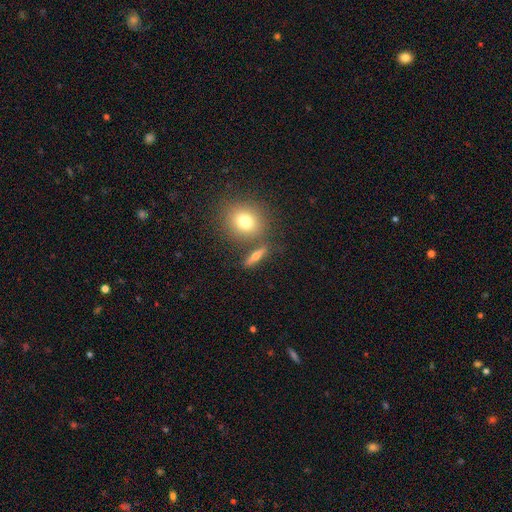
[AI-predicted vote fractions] This is possibly a smooth galaxy (52%). How rounded: marginally cigar-shaped (44%). Merging: likely none (77%).